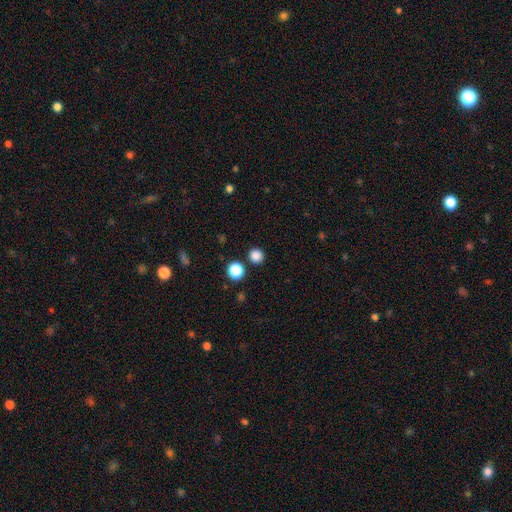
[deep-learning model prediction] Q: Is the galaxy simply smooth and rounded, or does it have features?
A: smooth — 84%.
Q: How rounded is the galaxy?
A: round — 92%.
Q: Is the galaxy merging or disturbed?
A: none — 88%.